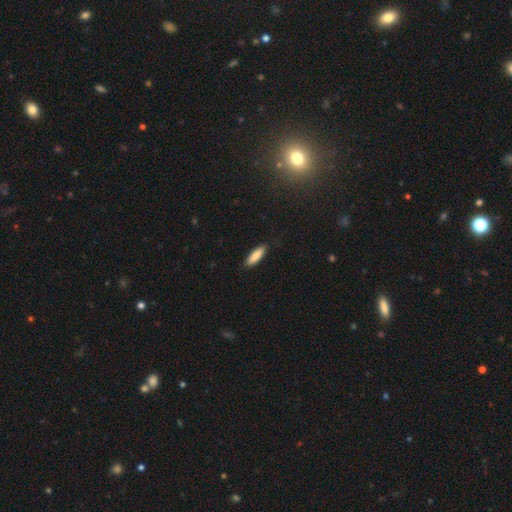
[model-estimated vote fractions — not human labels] This is clearly a smooth galaxy (86%). How rounded: possibly cigar-shaped (50%). Merging: clearly none (87%).